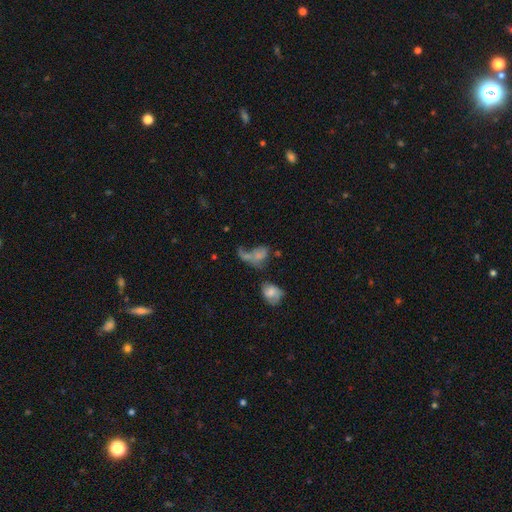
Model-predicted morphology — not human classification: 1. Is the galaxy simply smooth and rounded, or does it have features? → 55% smooth, 28% featured or disk, 17% star or artifact.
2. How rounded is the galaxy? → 76% in between, 19% round, 5% cigar-shaped.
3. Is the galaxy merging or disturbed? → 40% merger, 26% major disturbance, 22% none, 12% minor disturbance.